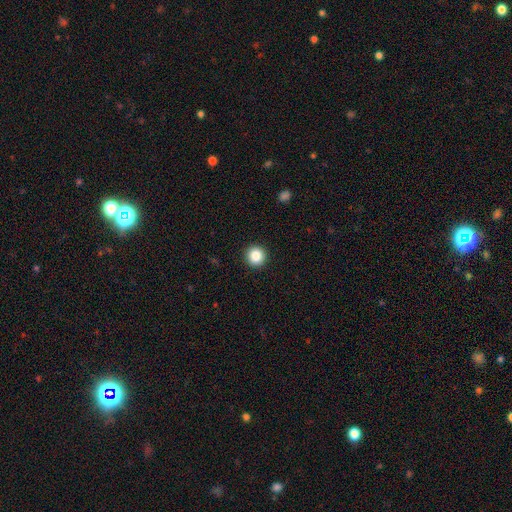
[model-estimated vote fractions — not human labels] smooth-or-featured: smooth: 86% | star or artifact: 10% | featured or disk: 5%
  how-rounded: round: 95% | in between: 4% | cigar-shaped: 1%
  merging: none: 93% | minor disturbance: 4% | major disturbance: 2% | merger: 1%